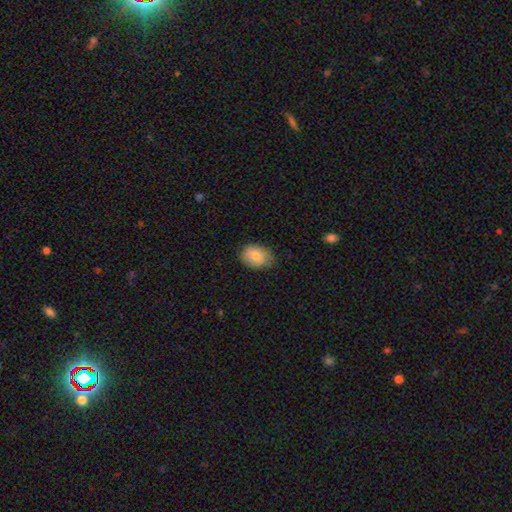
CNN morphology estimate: The model was most divided on "how rounded": in between: 79%, round: 20%, cigar-shaped: 1%. More confident: smooth or featured — smooth (83%); merging — none (79%).